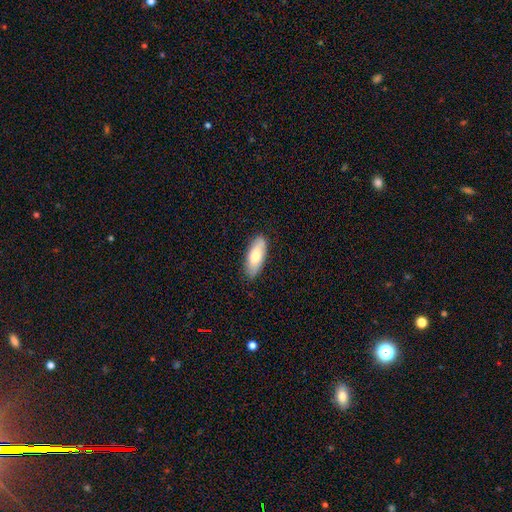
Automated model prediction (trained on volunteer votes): Smooth or featured: smooth — 76% (featured or disk — 18%)
How rounded: in between — 76% (cigar-shaped — 22%)
Merging: none — 83% (minor disturbance — 13%)